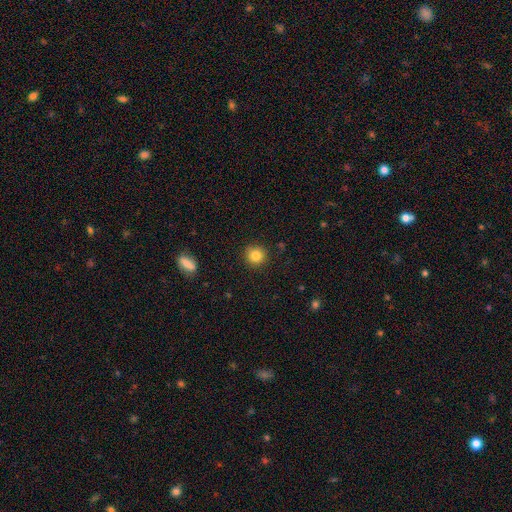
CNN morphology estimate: Q: Smooth or featured?
A: smooth (83%); runner-up: star or artifact (11%)
Q: How rounded?
A: round (93%); runner-up: in between (6%)
Q: Merging?
A: none (89%); runner-up: minor disturbance (7%)